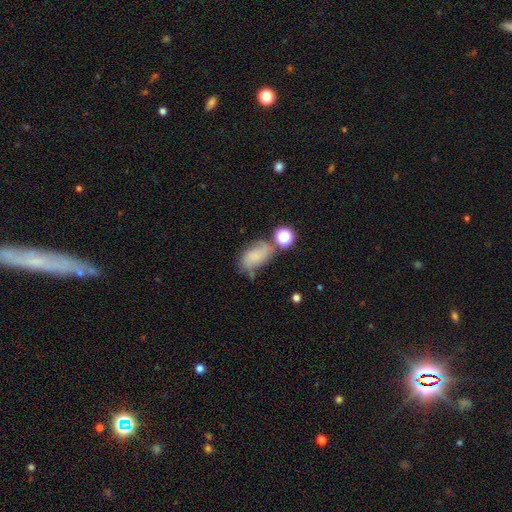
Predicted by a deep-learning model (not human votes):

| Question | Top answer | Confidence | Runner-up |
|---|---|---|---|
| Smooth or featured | smooth | 60% | featured or disk (27%) |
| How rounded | in between | 86% | round (11%) |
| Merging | none | 44% | minor disturbance (27%) |